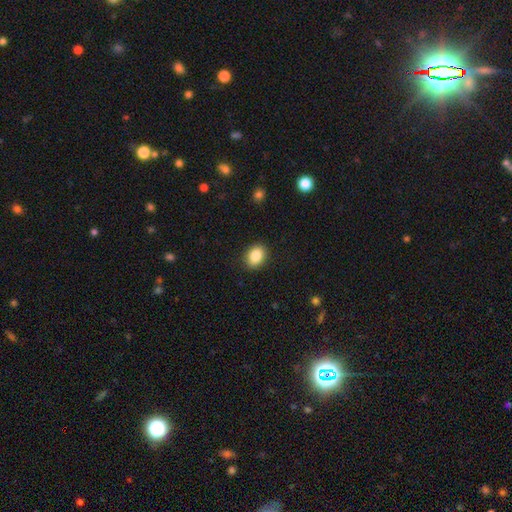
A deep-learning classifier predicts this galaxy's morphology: smooth-or-featured: smooth: 86% | star or artifact: 8% | featured or disk: 6%
  how-rounded: in between: 66% | round: 33% | cigar-shaped: 1%
  merging: none: 88% | minor disturbance: 8% | major disturbance: 2% | merger: 1%